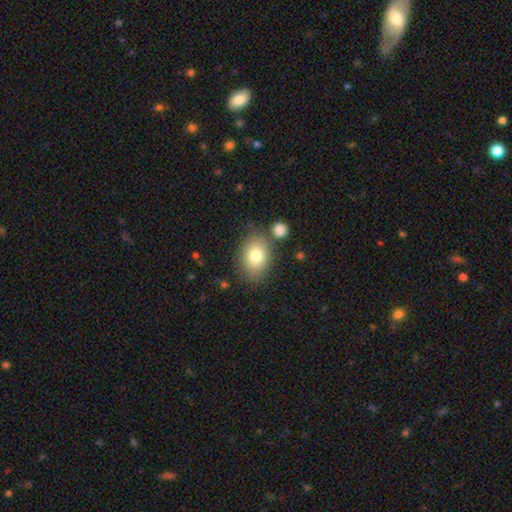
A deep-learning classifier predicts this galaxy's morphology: The model was most divided on "how rounded": in between: 73%, round: 25%, cigar-shaped: 1%. More confident: smooth or featured — smooth (80%); merging — none (72%).